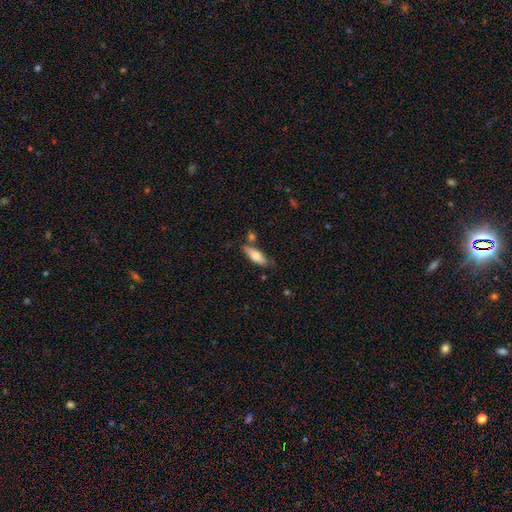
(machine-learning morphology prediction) Smooth or featured? Predicted: smooth (p=0.71). How rounded? Predicted: in between (p=0.59). Merging? Predicted: none (p=0.70).